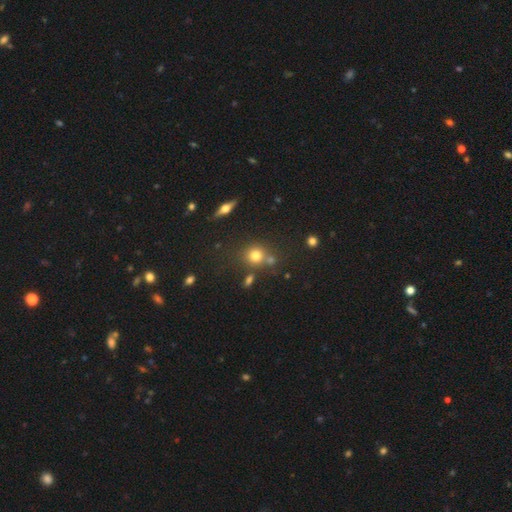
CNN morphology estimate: smooth-or-featured: smooth: 74% | star or artifact: 14% | featured or disk: 12%
  how-rounded: round: 84% | in between: 15% | cigar-shaped: 2%
  merging: none: 66% | merger: 19% | minor disturbance: 11% | major disturbance: 4%